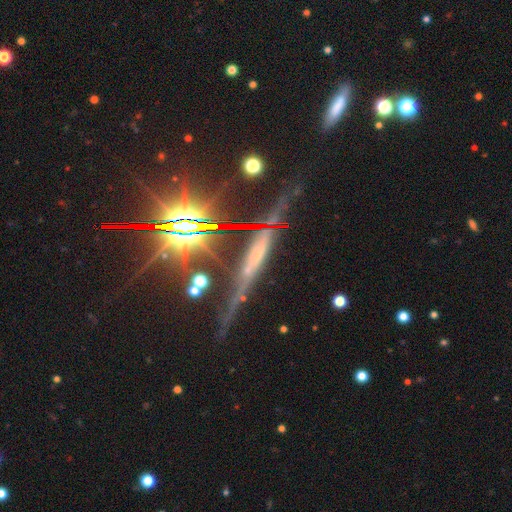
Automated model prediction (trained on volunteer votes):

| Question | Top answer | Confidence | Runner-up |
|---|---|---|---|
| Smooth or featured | featured or disk | 53% | star or artifact (33%) |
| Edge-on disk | yes | 82% | no (18%) |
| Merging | none | 54% | minor disturbance (22%) |